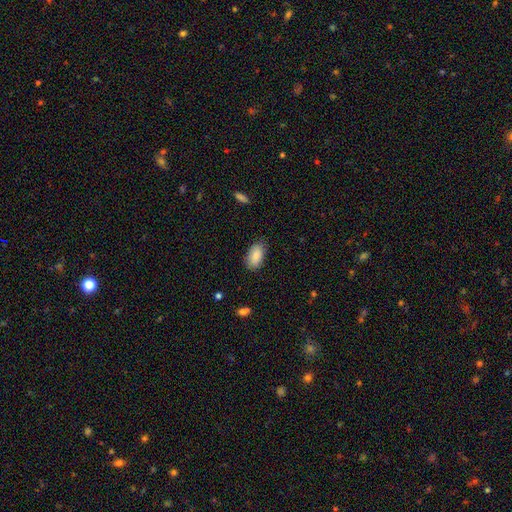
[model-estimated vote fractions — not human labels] Overall: smooth (88%). How rounded: in between (94%). Merging: none (80%).